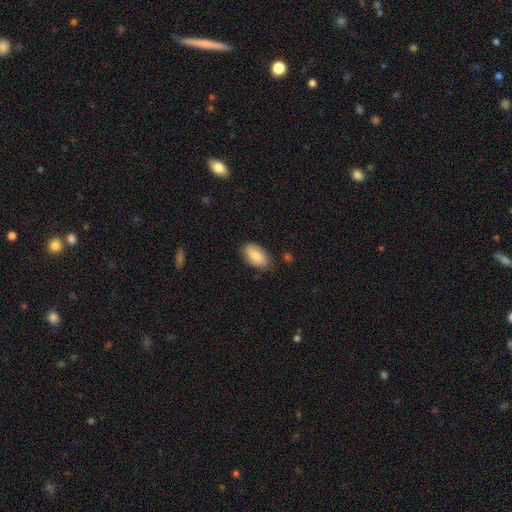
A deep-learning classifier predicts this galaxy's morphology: This is clearly a smooth galaxy (83%). How rounded: clearly in between (94%). Merging: likely none (74%).